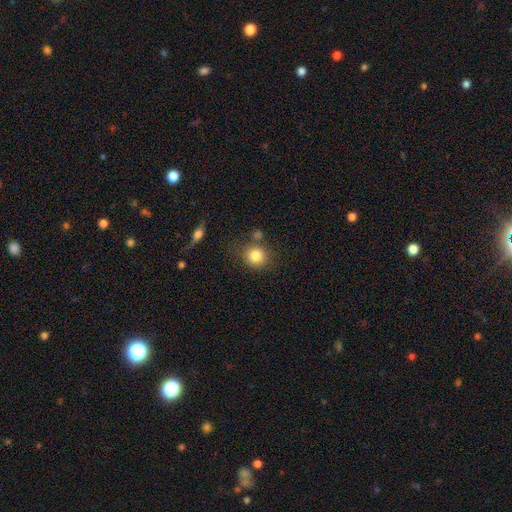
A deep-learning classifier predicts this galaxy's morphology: type=smooth (82%); roundness=round (87%); merging=none (73%).